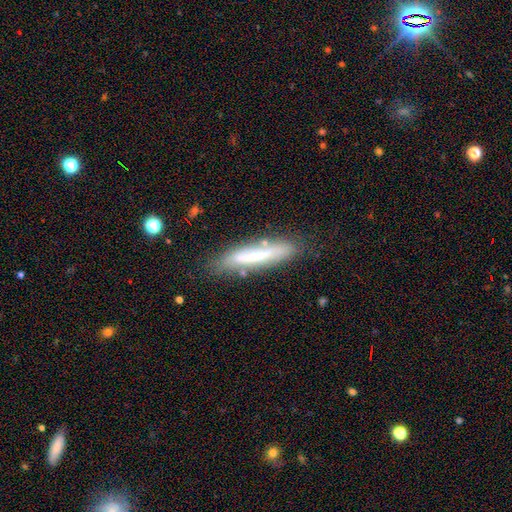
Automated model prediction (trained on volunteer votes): Smooth or featured? Predicted: featured or disk (p=0.46, tied with smooth). Merging? Predicted: none (p=0.74).